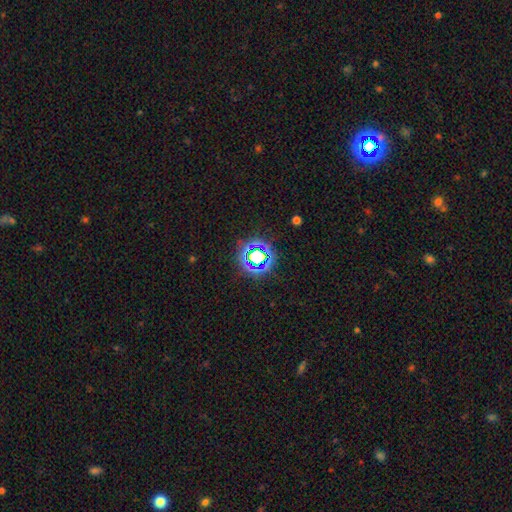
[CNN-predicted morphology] Smooth or featured: star or artifact — 60% (smooth — 28%)